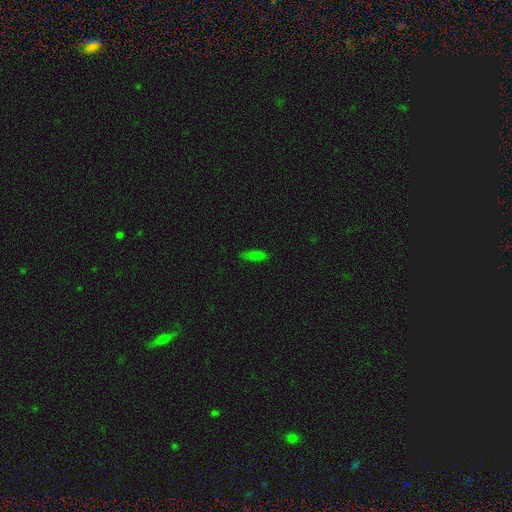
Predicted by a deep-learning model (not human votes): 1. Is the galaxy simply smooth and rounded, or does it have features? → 78% smooth, 13% star or artifact, 9% featured or disk.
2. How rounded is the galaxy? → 49% in between, 48% cigar-shaped, 3% round.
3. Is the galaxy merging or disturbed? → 83% none, 13% minor disturbance, 3% major disturbance, 1% merger.